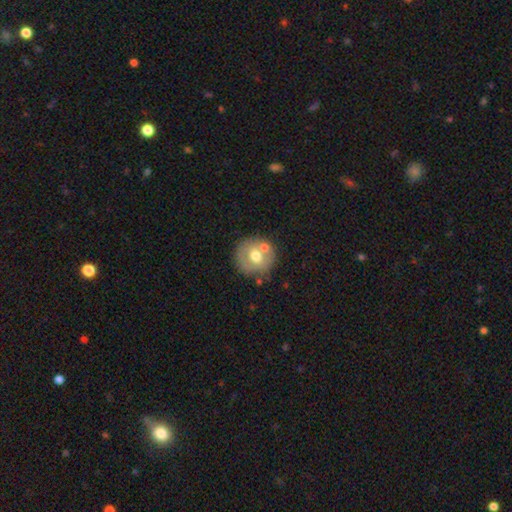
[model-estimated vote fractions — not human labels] A smooth galaxy with no disk features (59%) that is round (91%). Merging: none (69%).